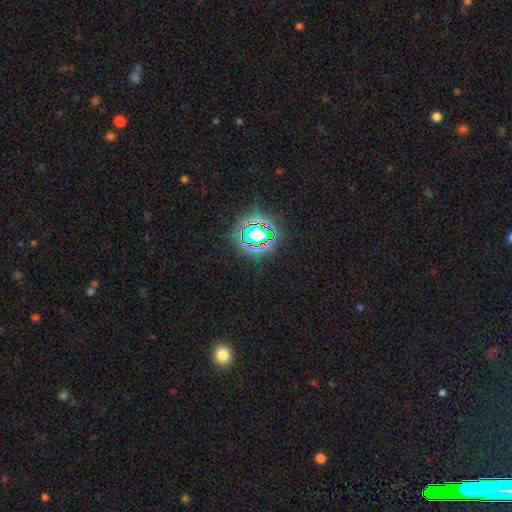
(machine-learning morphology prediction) The model was most divided on "smooth or featured": star or artifact: 77%, smooth: 14%, featured or disk: 9%.